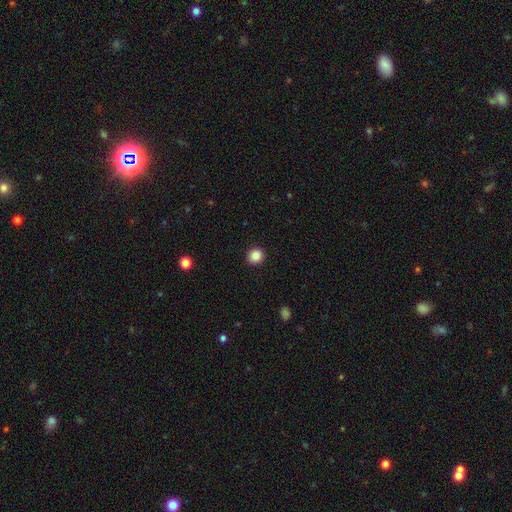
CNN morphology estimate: Smooth or featured?
  - smooth: 87% *
  - star or artifact: 10%
  - featured or disk: 4%
How rounded?
  - round: 86% *
  - in between: 13%
  - cigar-shaped: 1%
Merging?
  - none: 92% *
  - minor disturbance: 5%
  - major disturbance: 2%
  - merger: 1%